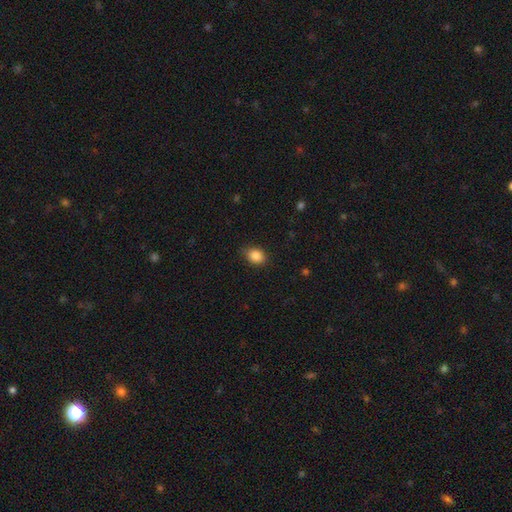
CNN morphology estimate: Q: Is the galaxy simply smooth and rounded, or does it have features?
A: smooth — 87%.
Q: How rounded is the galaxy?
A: in between — 55%.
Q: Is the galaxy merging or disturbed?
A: none — 81%.